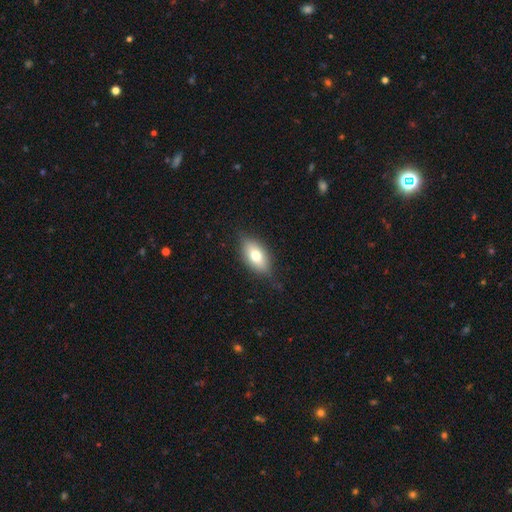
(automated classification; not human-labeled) Overall: smooth (71%). How rounded: in between (87%). Merging: none (80%).